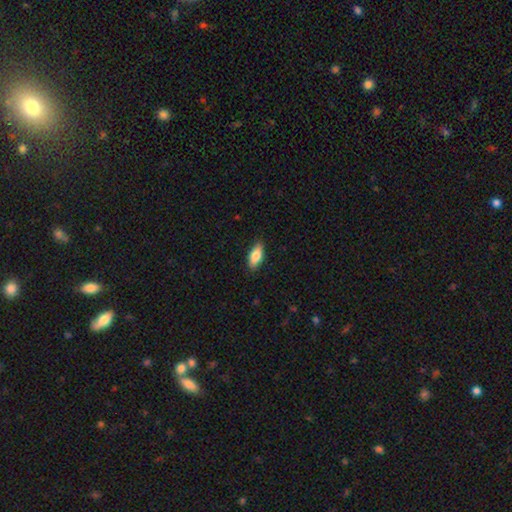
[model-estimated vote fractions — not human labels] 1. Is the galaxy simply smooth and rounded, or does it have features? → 79% smooth, 14% featured or disk, 6% star or artifact.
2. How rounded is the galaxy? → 83% in between, 15% cigar-shaped, 3% round.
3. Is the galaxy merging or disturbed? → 86% none, 11% minor disturbance, 2% major disturbance, 1% merger.